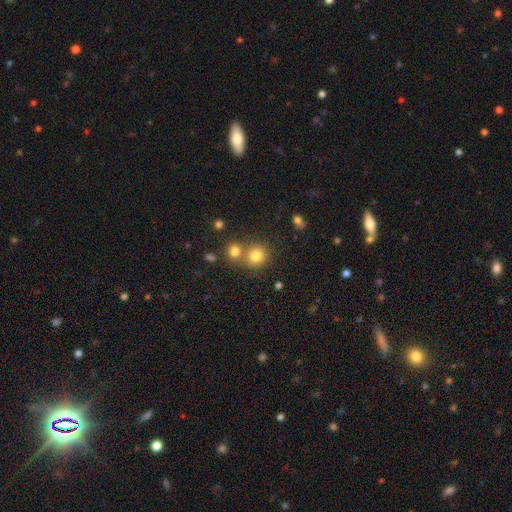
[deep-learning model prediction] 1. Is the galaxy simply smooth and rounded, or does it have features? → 79% smooth, 14% star or artifact, 8% featured or disk.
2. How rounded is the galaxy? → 86% round, 13% in between, 1% cigar-shaped.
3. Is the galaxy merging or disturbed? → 59% none, 30% merger, 8% minor disturbance, 3% major disturbance.